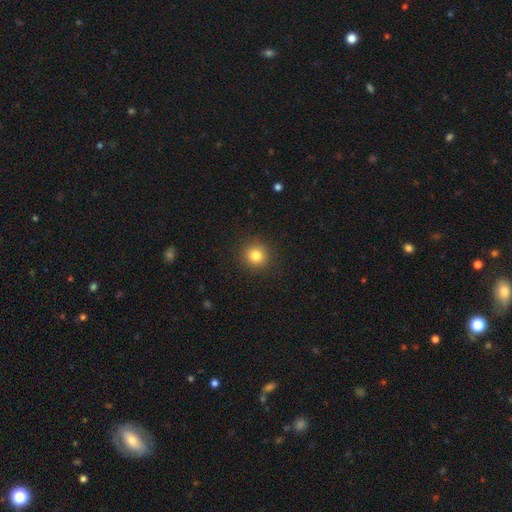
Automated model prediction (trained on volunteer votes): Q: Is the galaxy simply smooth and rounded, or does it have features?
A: smooth — 83%.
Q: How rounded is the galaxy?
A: round — 91%.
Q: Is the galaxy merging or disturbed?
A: none — 91%.